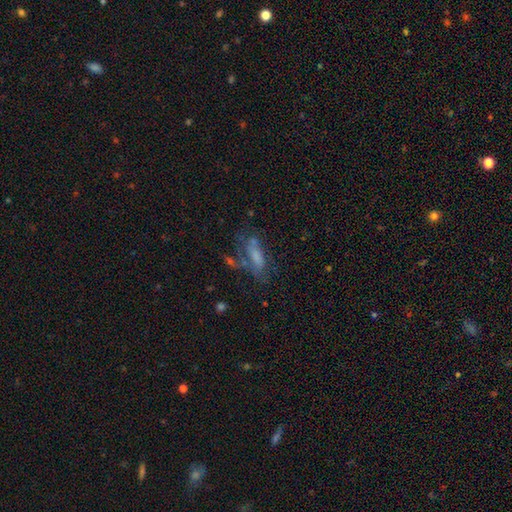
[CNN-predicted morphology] smooth_or_featured: smooth (p=0.50) [alt: featured or disk p=0.37]
how_rounded: in between (p=0.65) [alt: cigar-shaped p=0.32]
merging: none (p=0.36) [alt: major disturbance p=0.30]